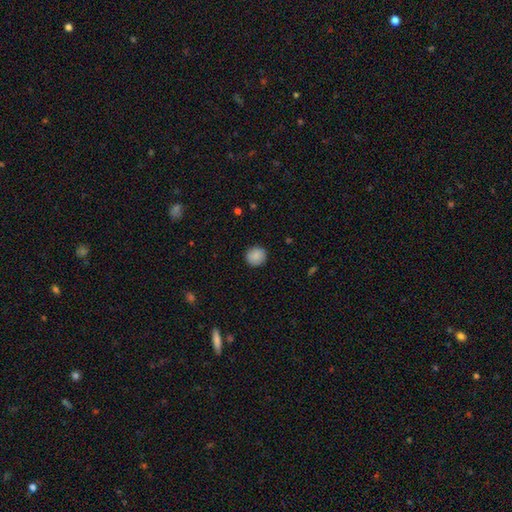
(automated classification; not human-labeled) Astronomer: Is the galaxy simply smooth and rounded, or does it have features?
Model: smooth — 88%.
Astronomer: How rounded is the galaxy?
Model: round — 90%.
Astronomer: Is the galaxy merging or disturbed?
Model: none — 90%.